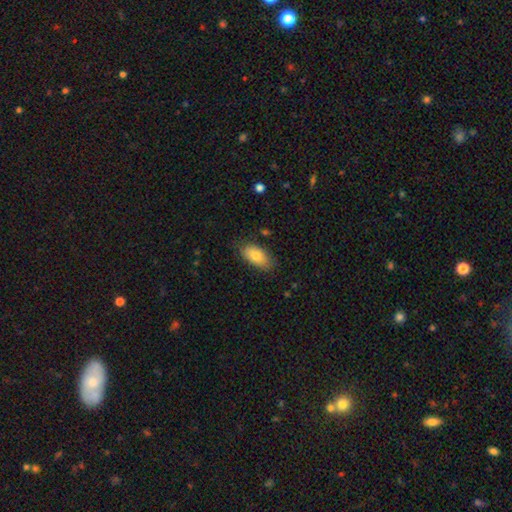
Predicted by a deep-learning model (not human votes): smooth_or_featured: smooth (p=0.79) [alt: featured or disk p=0.13]
how_rounded: in between (p=0.92) [alt: round p=0.04]
merging: none (p=0.77) [alt: minor disturbance p=0.18]